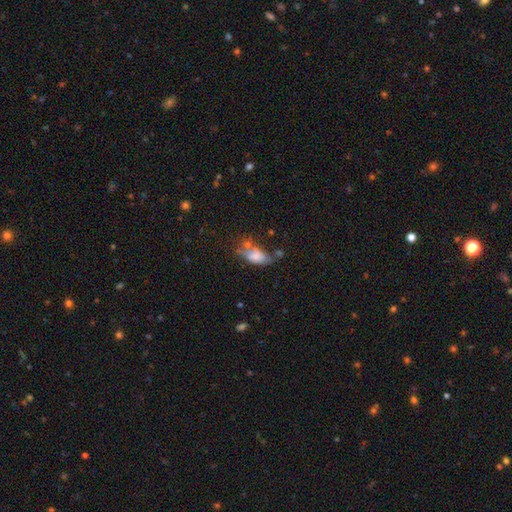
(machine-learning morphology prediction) smooth_or_featured: smooth (p=0.71) [alt: featured or disk p=0.20]
how_rounded: in between (p=0.86) [alt: cigar-shaped p=0.08]
merging: none (p=0.35) [alt: minor disturbance p=0.27]